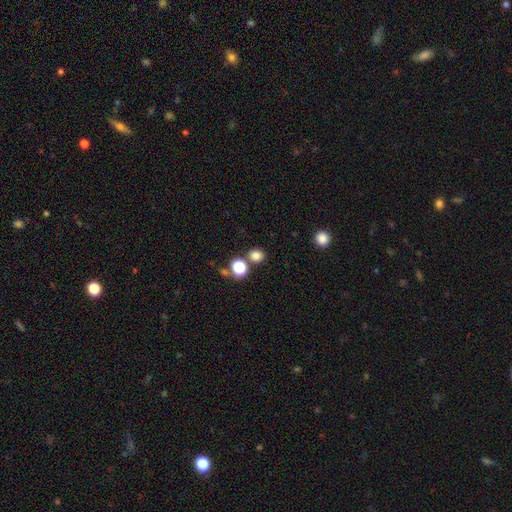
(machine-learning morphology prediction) This appears to be a smooth galaxy with no disk features (79%) that is round (76%). Merging: none (77%).